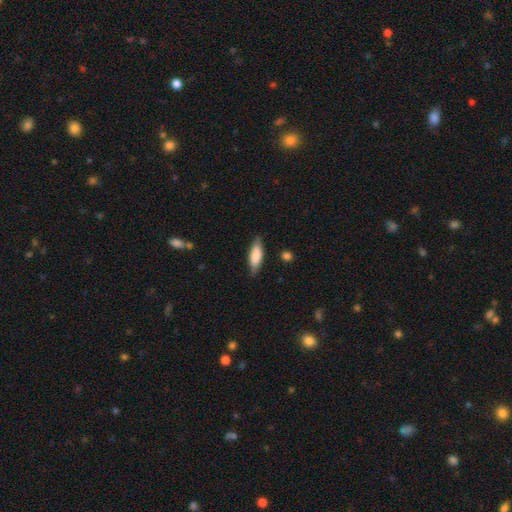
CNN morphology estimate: Smooth or featured: smooth — 79% (featured or disk — 15%)
How rounded: in between — 57% (cigar-shaped — 41%)
Merging: none — 82% (minor disturbance — 14%)